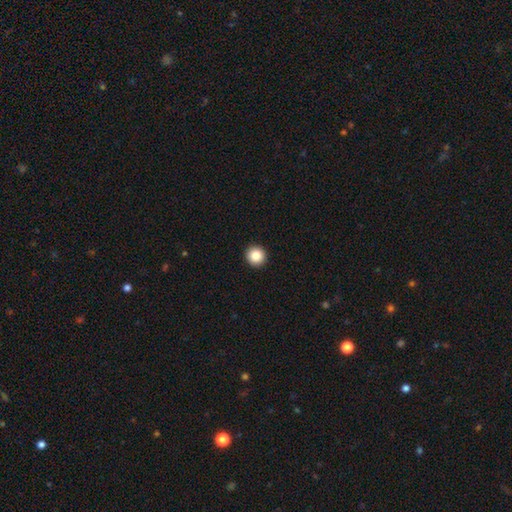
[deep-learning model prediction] smooth 85%, star or artifact 9%, featured or disk 5%. Down the decision tree: how rounded — round (95%); merging — none (94%).